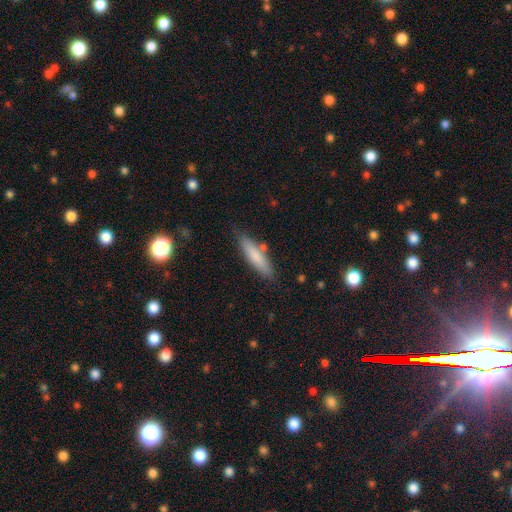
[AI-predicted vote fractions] Smooth or featured: smooth — 76% (featured or disk — 17%)
How rounded: cigar-shaped — 73% (in between — 25%)
Merging: none — 80% (minor disturbance — 13%)